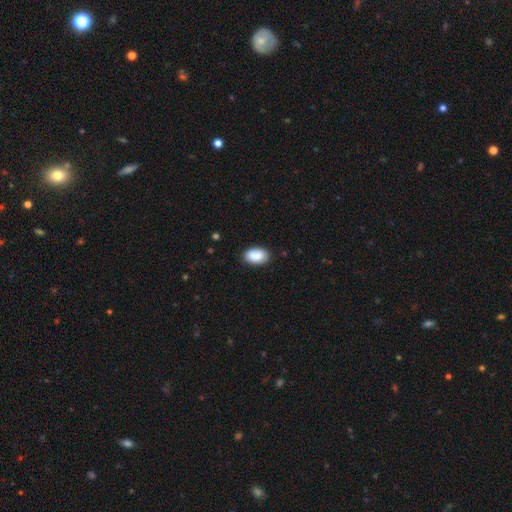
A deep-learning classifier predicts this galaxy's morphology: Smooth or featured?
  - smooth: 89% *
  - star or artifact: 7%
  - featured or disk: 4%
How rounded?
  - in between: 91% *
  - round: 7%
  - cigar-shaped: 1%
Merging?
  - none: 85% *
  - minor disturbance: 12%
  - major disturbance: 2%
  - merger: 1%